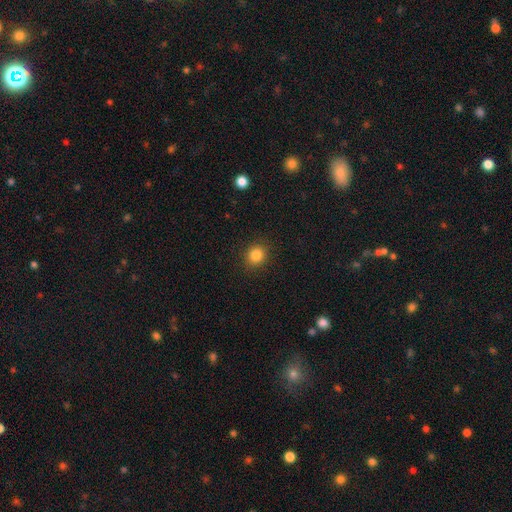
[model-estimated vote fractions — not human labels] smooth 85%, star or artifact 11%, featured or disk 4%. Down the decision tree: how rounded — round (81%); merging — none (90%).